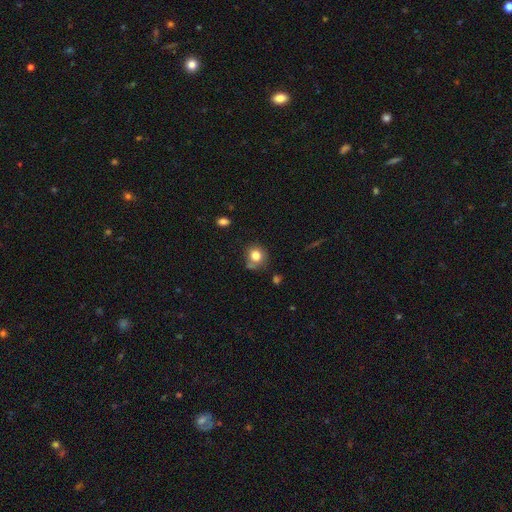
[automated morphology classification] A smooth galaxy with no disk features (80%) that is round (80%). Merging: none (62%).